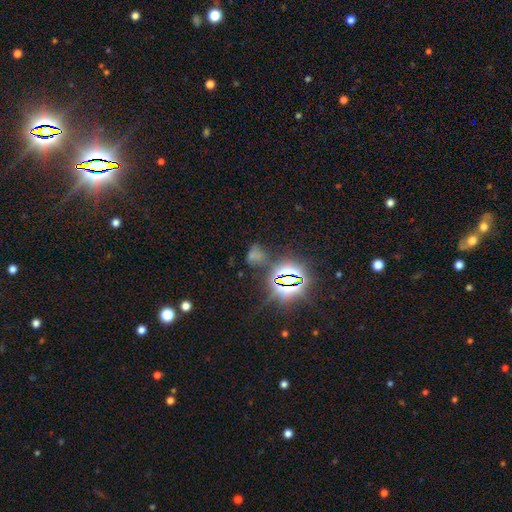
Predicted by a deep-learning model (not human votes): This appears to be a star or artifact, not a galaxy (51%).